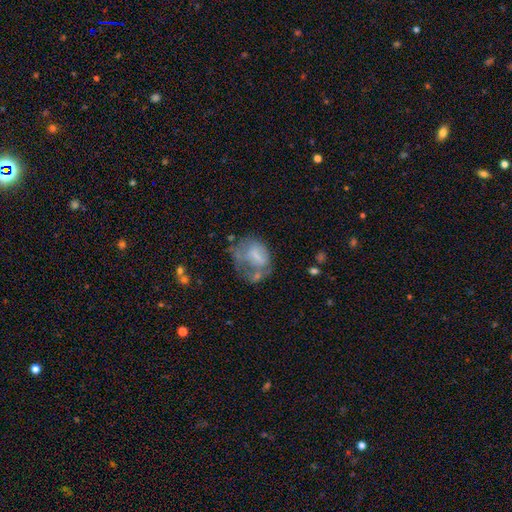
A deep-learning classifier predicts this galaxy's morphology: Q: Smooth or featured?
A: smooth (48%); runner-up: featured or disk (42%)
Q: Merging?
A: major disturbance (36%); runner-up: none (27%)